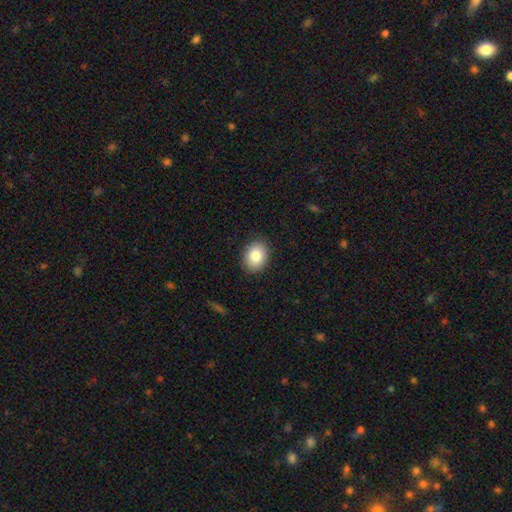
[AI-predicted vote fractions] Smooth or featured? Predicted: smooth (p=0.84). How rounded? Predicted: in between (p=0.58). Merging? Predicted: none (p=0.89).